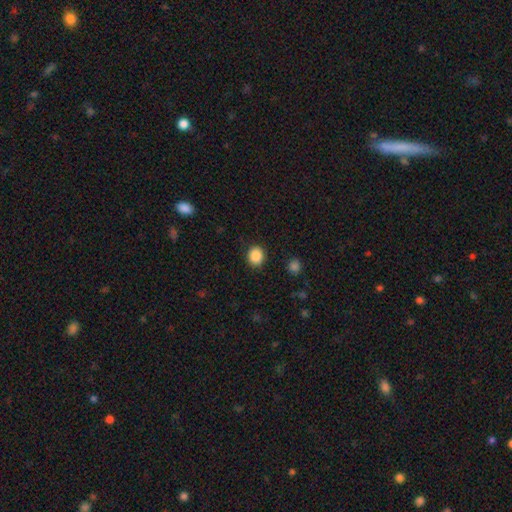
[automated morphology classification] Smooth or featured?
  - smooth: 88% *
  - star or artifact: 9%
  - featured or disk: 3%
How rounded?
  - round: 76% *
  - in between: 23%
  - cigar-shaped: 1%
Merging?
  - none: 89% *
  - minor disturbance: 7%
  - major disturbance: 2%
  - merger: 1%